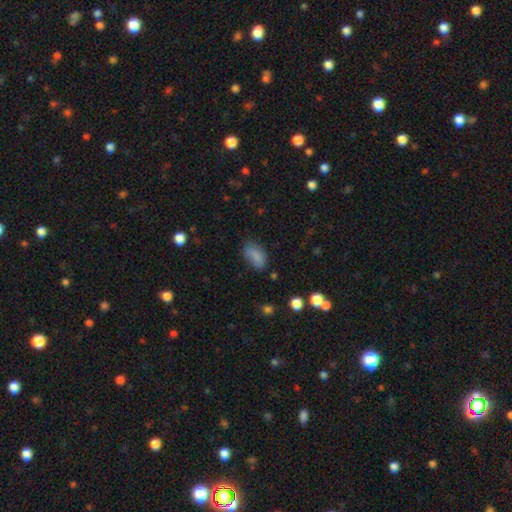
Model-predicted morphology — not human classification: Overall: smooth (81%). How rounded: in between (91%). Merging: none (59%; minor disturbance 27%).